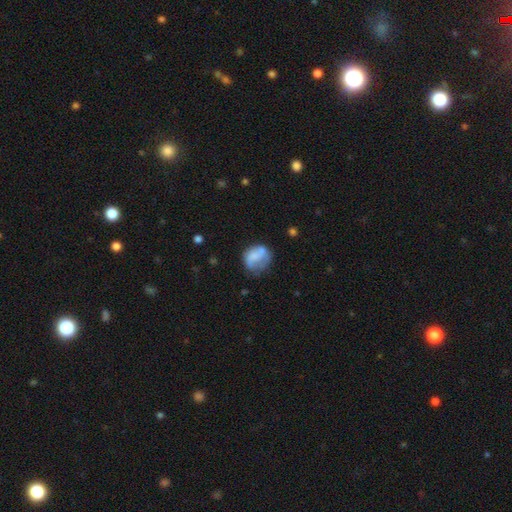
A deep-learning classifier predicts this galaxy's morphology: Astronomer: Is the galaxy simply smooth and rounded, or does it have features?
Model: smooth — 58% (runner-up: featured or disk, 33%).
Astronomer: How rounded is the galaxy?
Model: round — 62% (runner-up: in between, 37%).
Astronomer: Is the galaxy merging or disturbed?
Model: none — 42% (runner-up: minor disturbance, 29%).